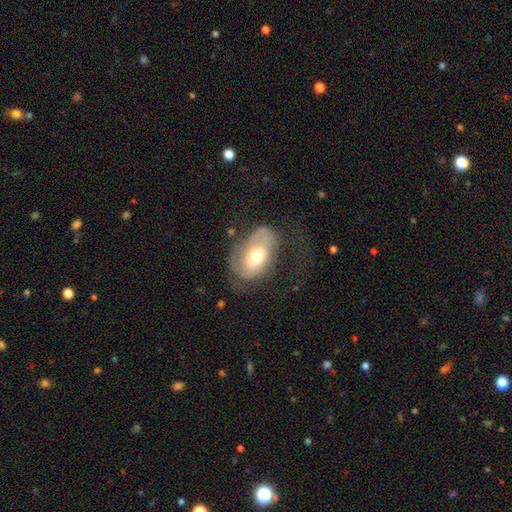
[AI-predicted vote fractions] smooth-or-featured: featured or disk: 48% | smooth: 45% | star or artifact: 8%
  merging: none: 41% | major disturbance: 31% | minor disturbance: 25% | merger: 2%